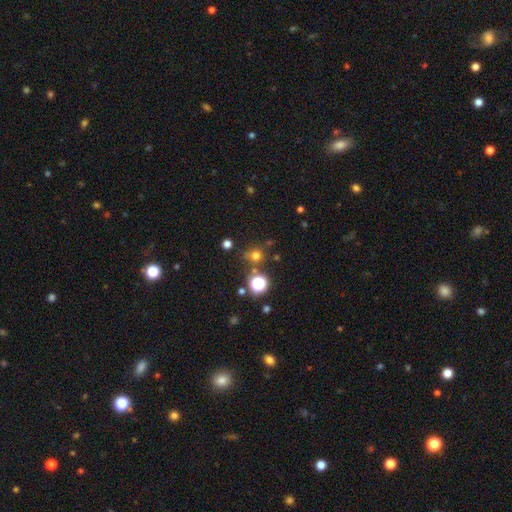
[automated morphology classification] Smooth or featured? Predicted: smooth (p=0.64). How rounded? Predicted: round (p=0.88). Merging? Predicted: none (p=0.74).